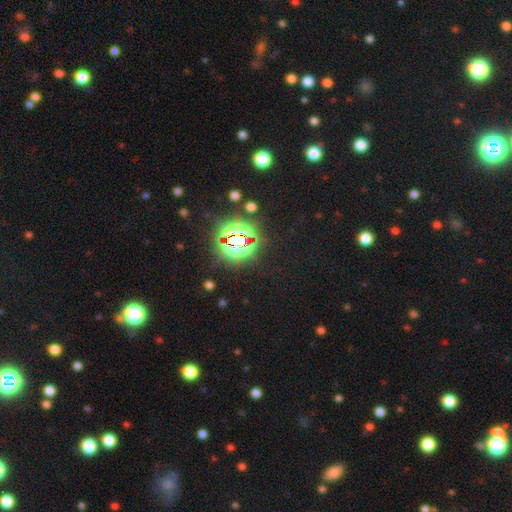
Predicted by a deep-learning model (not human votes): Smooth or featured? star or artifact (78%)